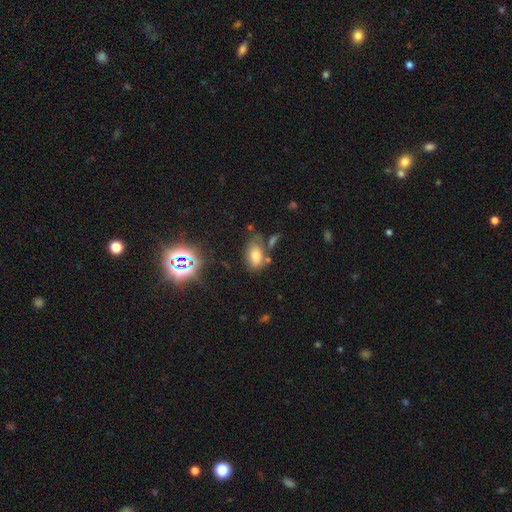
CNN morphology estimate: Overall: smooth (73%). How rounded: in between (88%). Merging: none (61%).